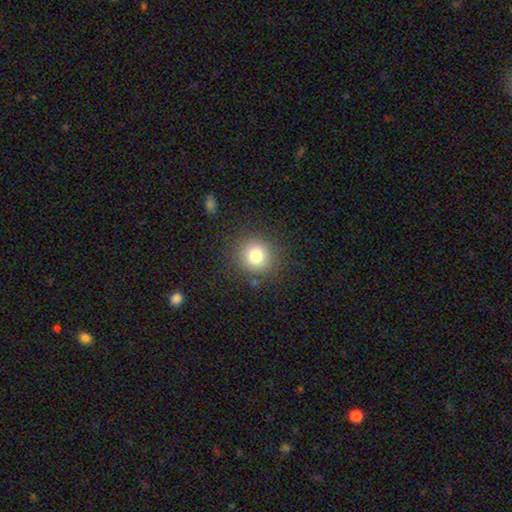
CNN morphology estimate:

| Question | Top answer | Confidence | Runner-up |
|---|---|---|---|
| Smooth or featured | smooth | 79% | star or artifact (12%) |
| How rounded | round | 91% | in between (9%) |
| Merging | none | 87% | minor disturbance (8%) |